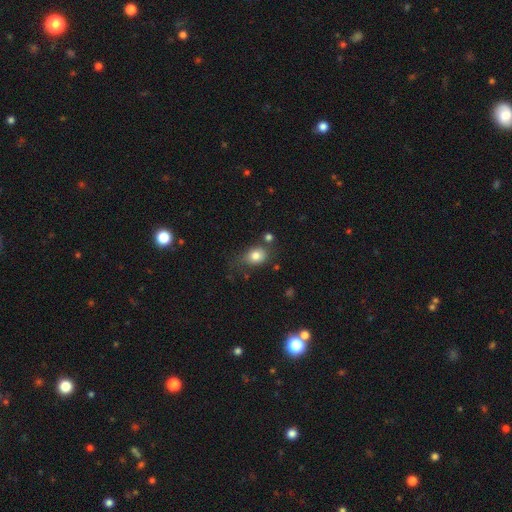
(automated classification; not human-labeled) Q: Smooth or featured?
A: smooth (81%); runner-up: star or artifact (10%)
Q: How rounded?
A: in between (56%); runner-up: round (43%)
Q: Merging?
A: none (58%); runner-up: minor disturbance (25%)